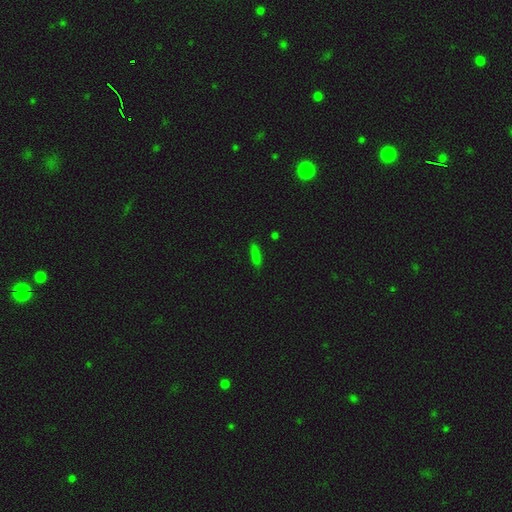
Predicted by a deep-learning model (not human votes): Morphology: type=smooth (79%); roundness=cigar-shaped (69%); merging=none (82%).